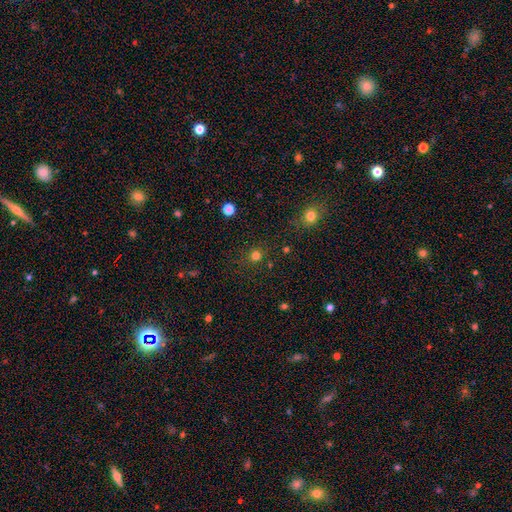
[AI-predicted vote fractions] Smooth or featured? Predicted: smooth (p=0.77). How rounded? Predicted: round (p=0.92). Merging? Predicted: none (p=0.87).